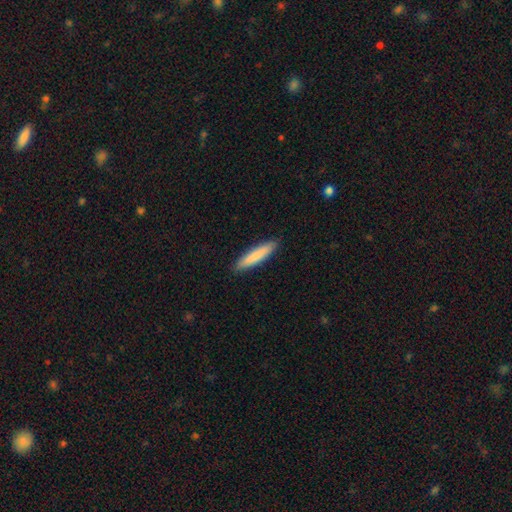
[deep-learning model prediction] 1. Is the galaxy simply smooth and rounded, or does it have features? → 83% smooth, 12% featured or disk, 5% star or artifact.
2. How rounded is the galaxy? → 88% cigar-shaped, 11% in between, 1% round.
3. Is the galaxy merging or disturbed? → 91% none, 7% minor disturbance, 1% major disturbance, 1% merger.